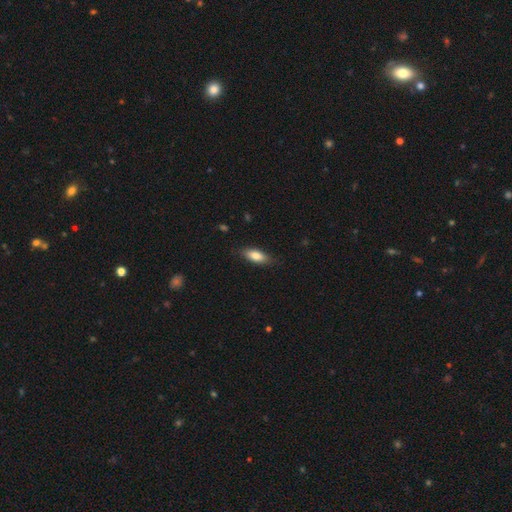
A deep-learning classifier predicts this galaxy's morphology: Smooth or featured?
  - smooth: 80% *
  - featured or disk: 13%
  - star or artifact: 7%
How rounded?
  - in between: 77% *
  - cigar-shaped: 21%
  - round: 3%
Merging?
  - none: 82% *
  - minor disturbance: 14%
  - major disturbance: 3%
  - merger: 1%